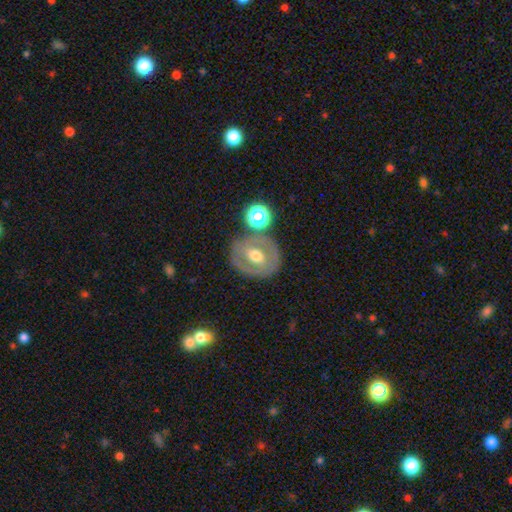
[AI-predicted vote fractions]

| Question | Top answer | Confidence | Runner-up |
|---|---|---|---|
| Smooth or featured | featured or disk | 52% | smooth (40%) |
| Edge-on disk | no | 94% | yes (6%) |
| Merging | none | 72% | minor disturbance (14%) |